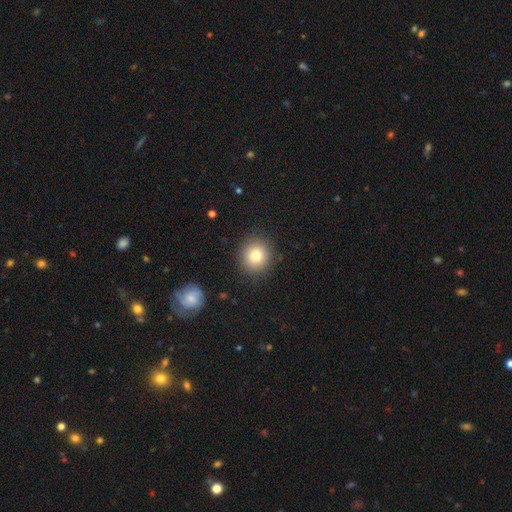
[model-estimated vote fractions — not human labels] Q: Smooth or featured?
A: smooth (79%); runner-up: star or artifact (11%)
Q: How rounded?
A: round (87%); runner-up: in between (12%)
Q: Merging?
A: none (89%); runner-up: minor disturbance (7%)